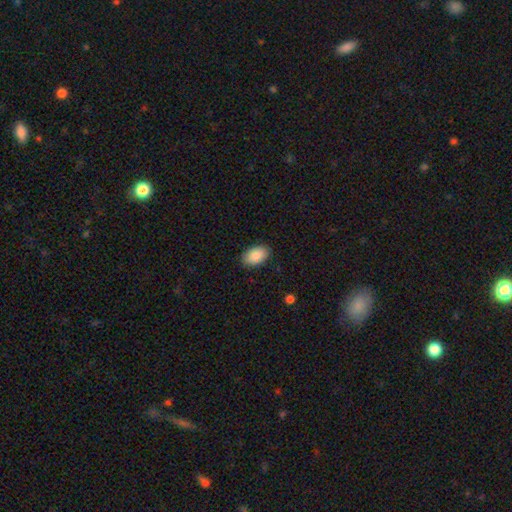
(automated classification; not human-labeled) Overall: smooth (89%). How rounded: in between (93%). Merging: none (88%).